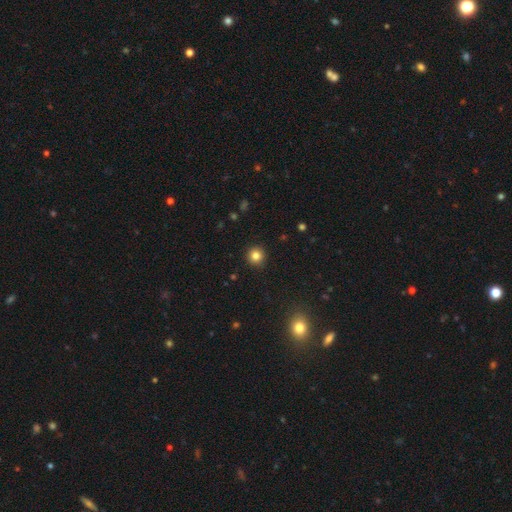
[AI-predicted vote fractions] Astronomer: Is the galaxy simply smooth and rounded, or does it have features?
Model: smooth — 83%.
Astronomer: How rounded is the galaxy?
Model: round — 94%.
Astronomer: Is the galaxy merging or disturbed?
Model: none — 92%.